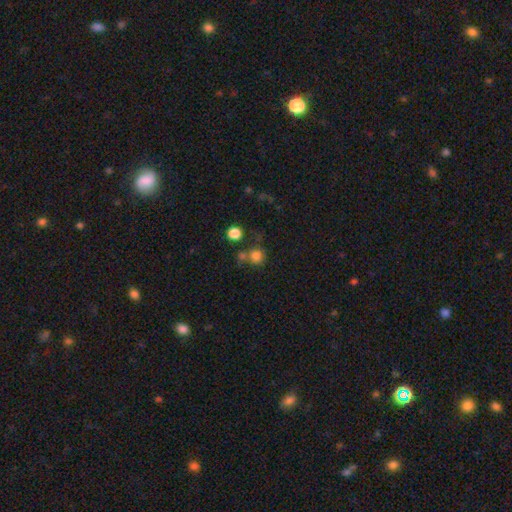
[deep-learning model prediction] Smooth or featured? Predicted: smooth (p=0.79). How rounded? Predicted: round (p=0.87). Merging? Predicted: none (p=0.57).